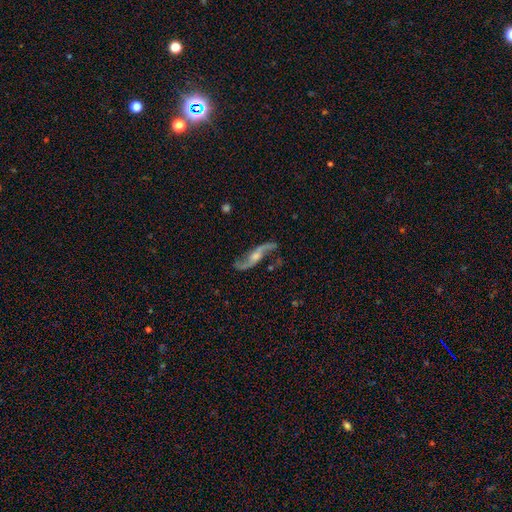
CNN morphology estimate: smooth_or_featured: featured or disk (p=0.88) [alt: smooth p=0.06]
disk_edge_on: no (p=0.88) [alt: yes p=0.12]
bar: no (p=0.53) [alt: weak p=0.32]
has_spiral_arms: yes (p=0.96) [alt: no p=0.04]
spiral_winding: loose (p=0.80) [alt: medium p=0.16]
spiral_arm_count: 2 (p=0.93) [alt: can't tell p=0.02]
bulge_size: moderate (p=0.51) [alt: small p=0.34]
merging: none (p=0.77) [alt: minor disturbance p=0.14]